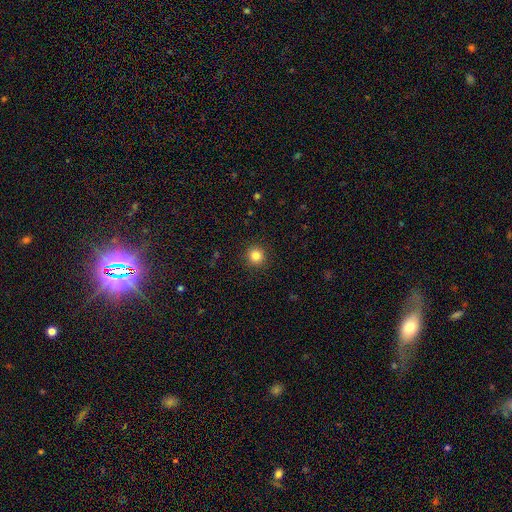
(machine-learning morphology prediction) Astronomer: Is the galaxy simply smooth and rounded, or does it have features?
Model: smooth — 84%.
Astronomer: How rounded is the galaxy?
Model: round — 94%.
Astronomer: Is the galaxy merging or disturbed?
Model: none — 92%.